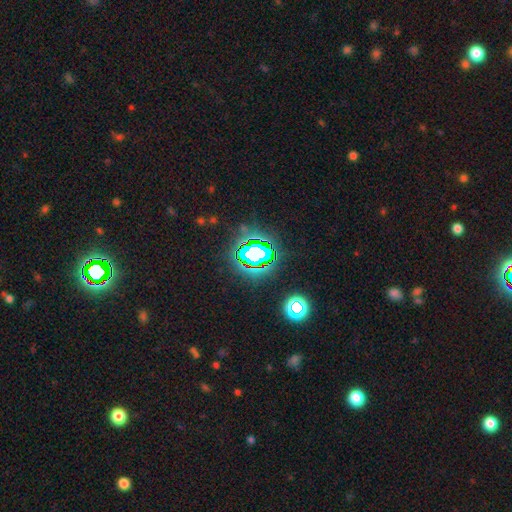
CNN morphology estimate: Smooth or featured? Predicted: star or artifact (p=0.66).